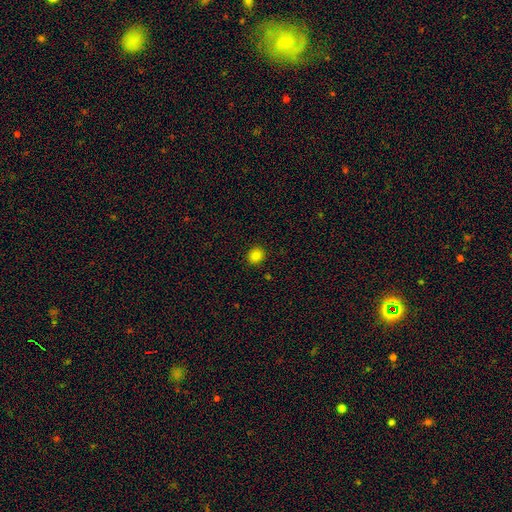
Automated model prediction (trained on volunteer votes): Q: Smooth or featured?
A: smooth (84%); runner-up: star or artifact (12%)
Q: How rounded?
A: round (76%); runner-up: in between (23%)
Q: Merging?
A: none (90%); runner-up: minor disturbance (6%)